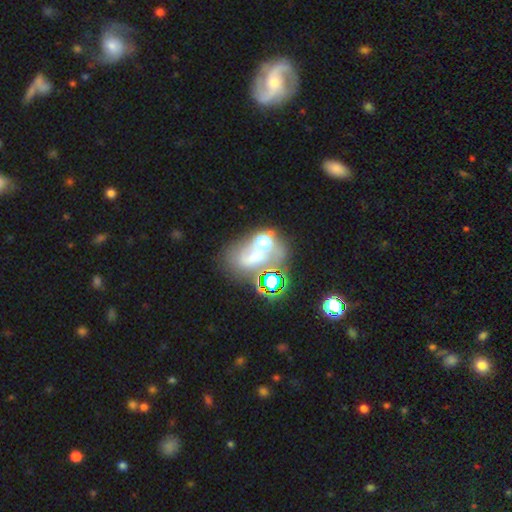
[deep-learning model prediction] A star or artifact, not a galaxy (35%).

Vote fractions:
- Smooth or featured? star or artifact: 35% / featured or disk: 33% / smooth: 32%